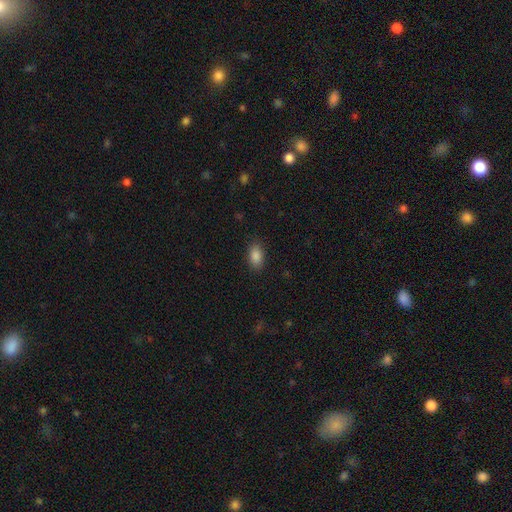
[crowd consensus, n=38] smooth-or-featured: smooth: 87% | star or artifact: 11% | featured or disk: 3%
  how-rounded: in between: 88% | round: 6% | cigar-shaped: 6%
  merging: none: 88% | minor disturbance: 9% | major disturbance: 3% | merger: 0%